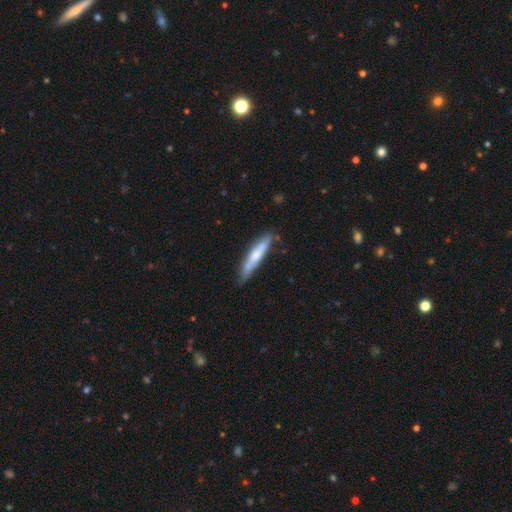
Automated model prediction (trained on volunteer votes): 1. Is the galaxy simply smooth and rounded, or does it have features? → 58% smooth, 36% featured or disk, 5% star or artifact.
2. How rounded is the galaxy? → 89% cigar-shaped, 10% in between, 1% round.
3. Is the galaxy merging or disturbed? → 73% none, 20% minor disturbance, 4% major disturbance, 3% merger.